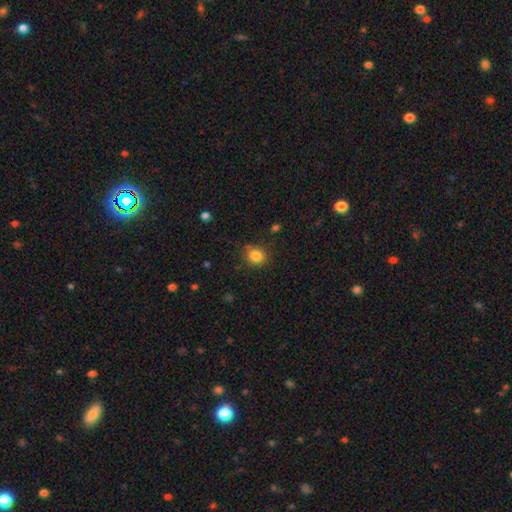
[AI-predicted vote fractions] A smooth galaxy with no disk features (84%) that is round (81%).

Vote fractions:
- Smooth or featured? smooth: 84% / star or artifact: 11% / featured or disk: 5%
- How rounded? round: 81% / in between: 18% / cigar-shaped: 1%
- Merging? none: 82% / minor disturbance: 12% / merger: 3% / major disturbance: 3%